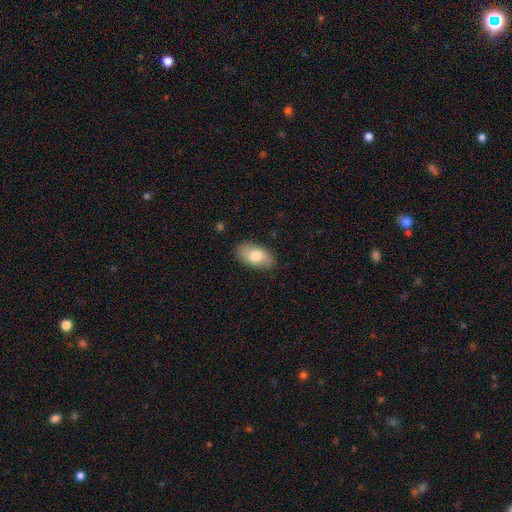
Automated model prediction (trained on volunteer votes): This appears to be a smooth galaxy with no disk features (75%) that is in between round and cigar-shaped (93%). Merging: none (85%).